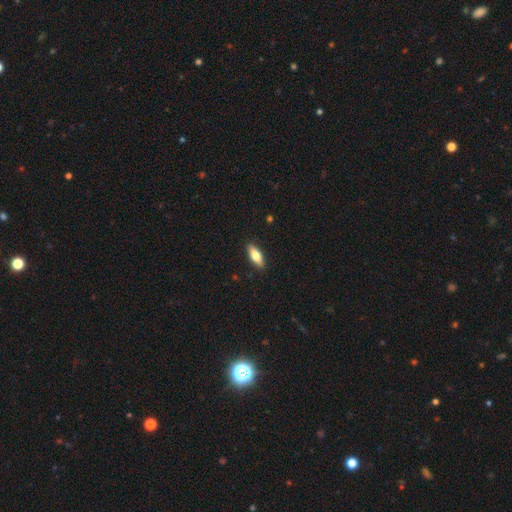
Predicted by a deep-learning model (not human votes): Morphology: type=smooth (66%); roundness=in between (62%); merging=none (89%).